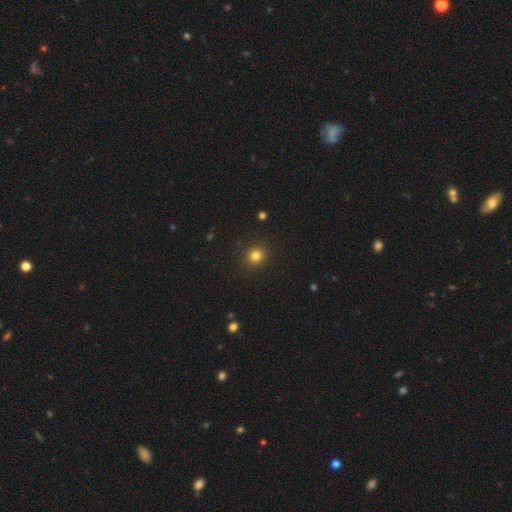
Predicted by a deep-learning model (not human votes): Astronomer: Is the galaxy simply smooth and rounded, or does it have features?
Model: smooth — 80%.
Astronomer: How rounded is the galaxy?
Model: round — 84%.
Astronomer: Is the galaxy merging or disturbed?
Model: none — 91%.